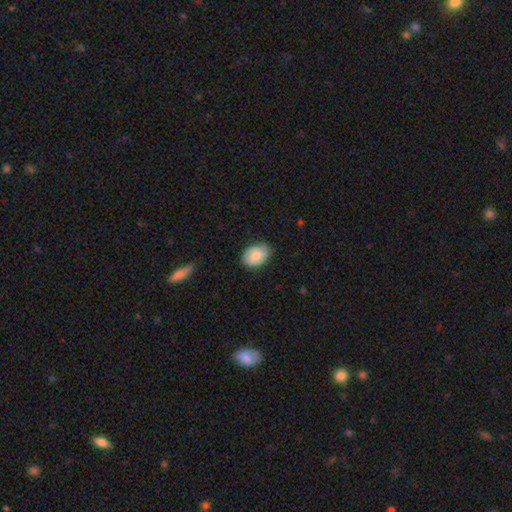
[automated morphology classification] Smooth or featured?
  - smooth: 81% *
  - featured or disk: 12%
  - star or artifact: 6%
How rounded?
  - in between: 80% *
  - round: 19%
  - cigar-shaped: 1%
Merging?
  - none: 73% *
  - minor disturbance: 22%
  - major disturbance: 4%
  - merger: 1%